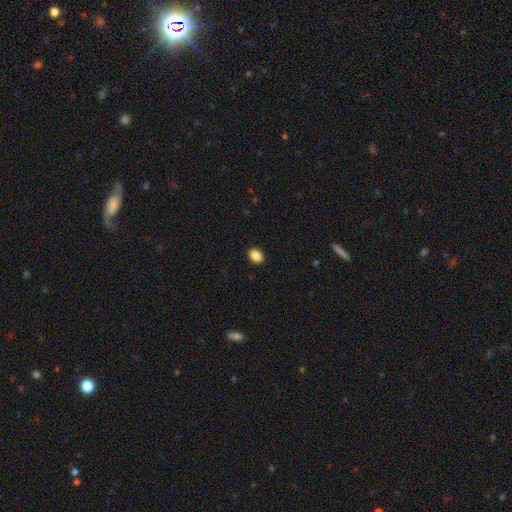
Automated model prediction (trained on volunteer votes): smooth 87%, star or artifact 9%, featured or disk 4%. Down the decision tree: how rounded — in between (59%); merging — none (91%).